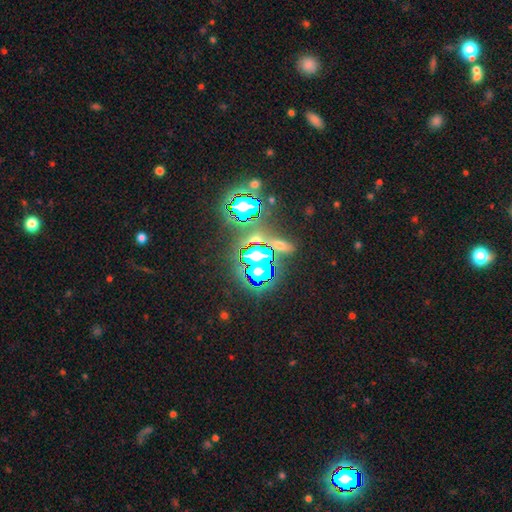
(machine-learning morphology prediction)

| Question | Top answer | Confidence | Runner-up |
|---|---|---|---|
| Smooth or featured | star or artifact | 70% | smooth (19%) |